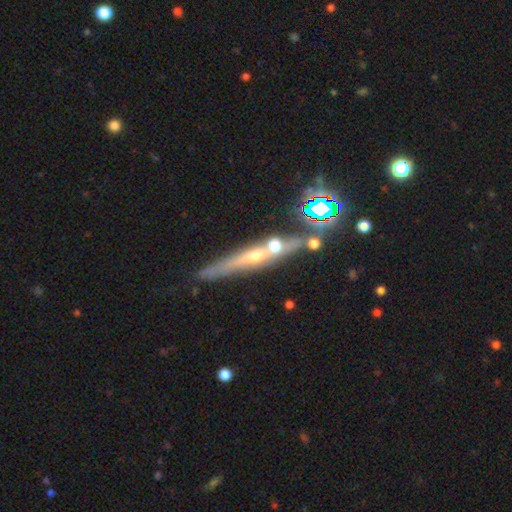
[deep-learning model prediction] This appears to be a featured or disk galaxy (57%) viewed edge-on (89%) with a rounded central bulge (71%). Merging: none (72%).